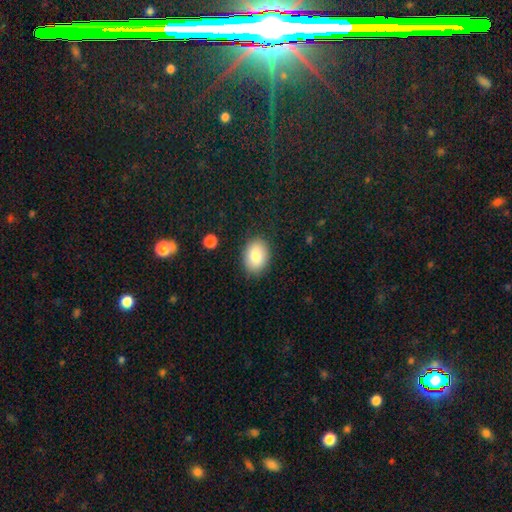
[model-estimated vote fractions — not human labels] smooth_or_featured: smooth (p=0.82) [alt: featured or disk p=0.10]
how_rounded: in between (p=0.71) [alt: round p=0.28]
merging: none (p=0.86) [alt: minor disturbance p=0.10]